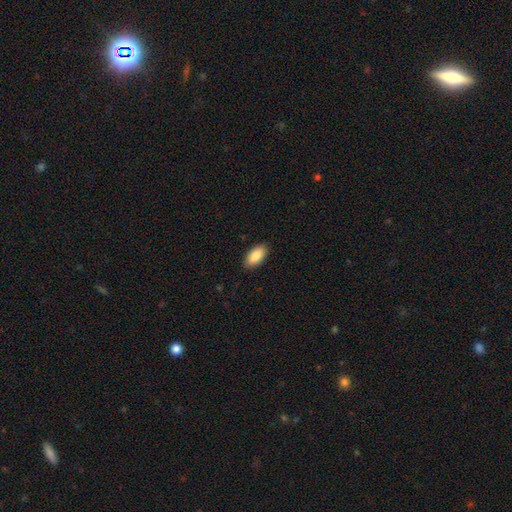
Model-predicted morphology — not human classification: smooth_or_featured: smooth (p=0.87) [alt: featured or disk p=0.06]
how_rounded: in between (p=0.93) [alt: cigar-shaped p=0.05]
merging: none (p=0.89) [alt: minor disturbance p=0.08]